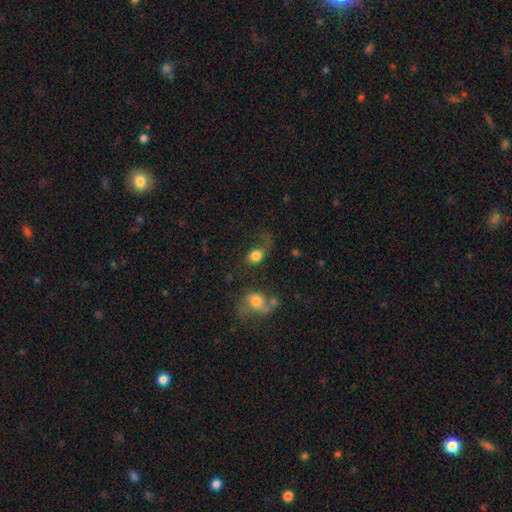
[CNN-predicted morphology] Q: Smooth or featured?
A: smooth (77%); runner-up: featured or disk (13%)
Q: How rounded?
A: in between (54%); runner-up: round (44%)
Q: Merging?
A: none (36%); runner-up: major disturbance (32%)